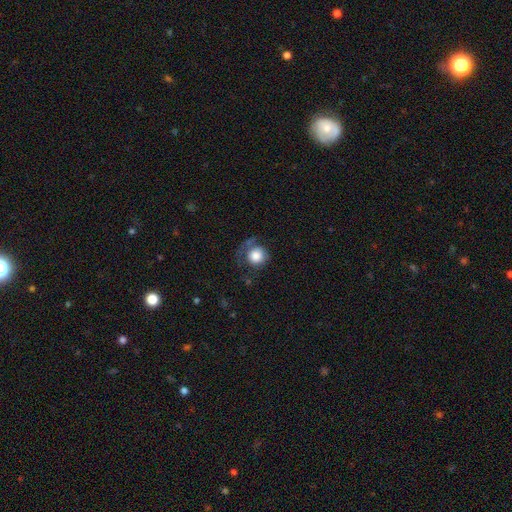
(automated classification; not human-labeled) Smooth or featured? smooth (79%)
How rounded? round (88%)
Merging? none (47%)